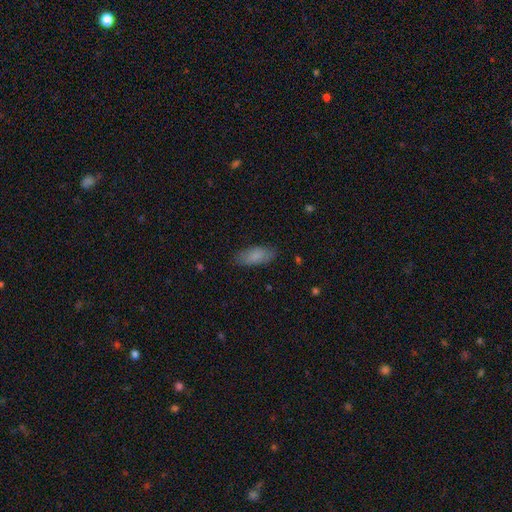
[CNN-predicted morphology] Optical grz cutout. It shows a smooth galaxy with no disk features (85%) that is in between round and cigar-shaped (79%). Merging: none (82%).